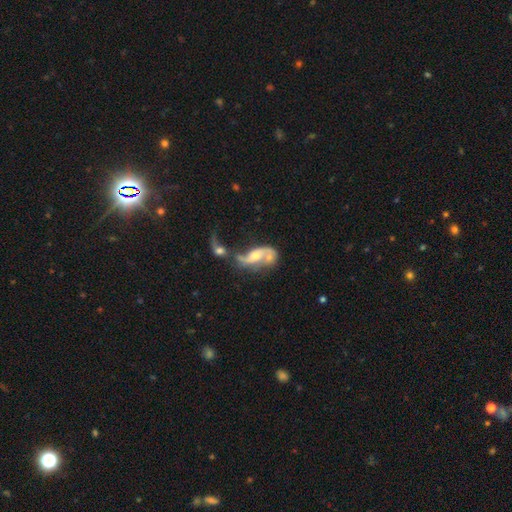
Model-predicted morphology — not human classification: Smooth or featured? Predicted: featured or disk (p=0.76). Edge-on disk? Predicted: no (p=0.93). Bar? Predicted: no (p=0.56). Spiral arms? Predicted: yes (p=0.85). Spiral winding? Predicted: loose (p=0.72). Spiral arm count? Predicted: 2 (p=0.82). Bulge size? Predicted: moderate (p=0.59). Merging? Predicted: merger (p=0.51).